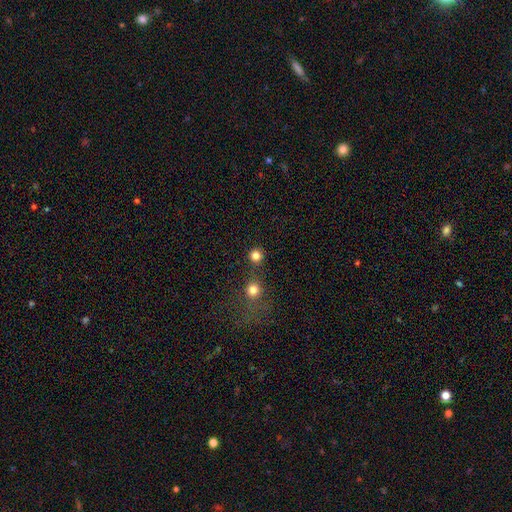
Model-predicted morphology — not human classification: A smooth galaxy with no disk features (81%) that is round (95%). Merging: none (80%).